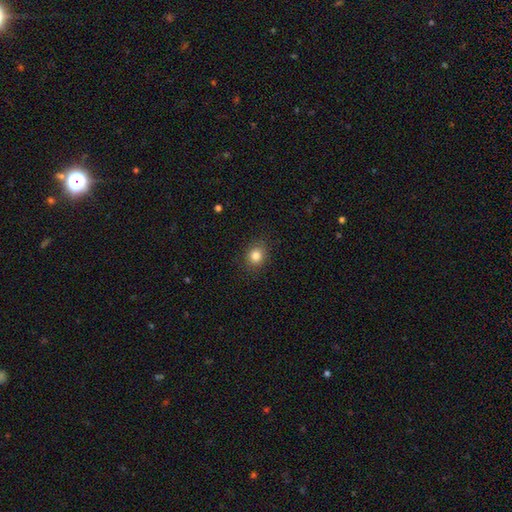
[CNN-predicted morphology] This is clearly a smooth galaxy (84%). How rounded: likely round (72%). Merging: clearly none (88%).